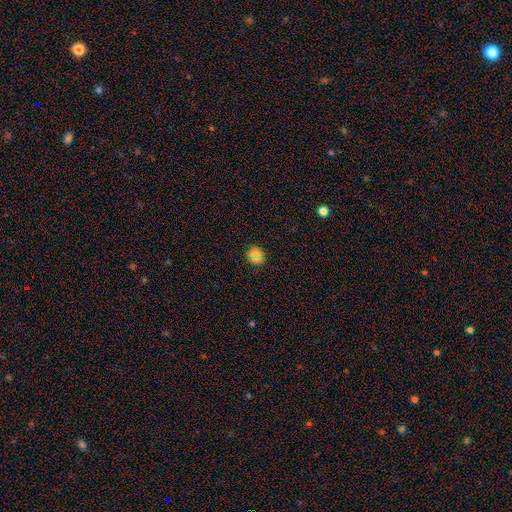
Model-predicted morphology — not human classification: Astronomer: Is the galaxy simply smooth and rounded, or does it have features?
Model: smooth — 74%.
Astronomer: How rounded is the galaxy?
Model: round — 86%.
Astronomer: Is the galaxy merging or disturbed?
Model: none — 88%.